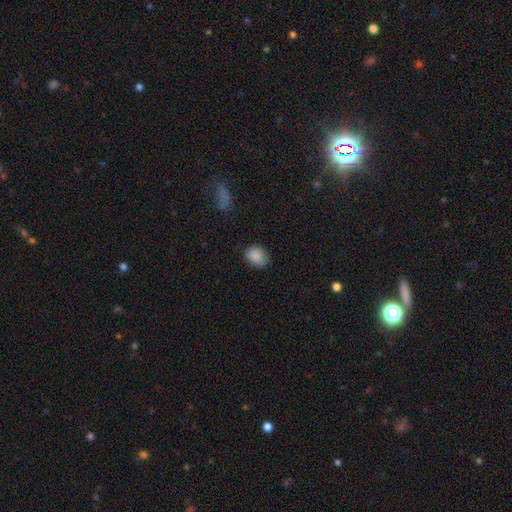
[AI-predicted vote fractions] Q: Smooth or featured?
A: smooth (88%); runner-up: star or artifact (8%)
Q: How rounded?
A: in between (56%); runner-up: round (43%)
Q: Merging?
A: none (78%); runner-up: minor disturbance (18%)